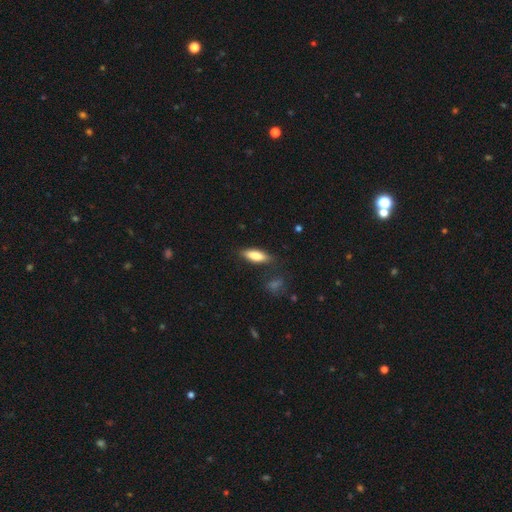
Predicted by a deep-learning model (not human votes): Smooth or featured? smooth (81%)
How rounded? in between (58%)
Merging? none (79%)